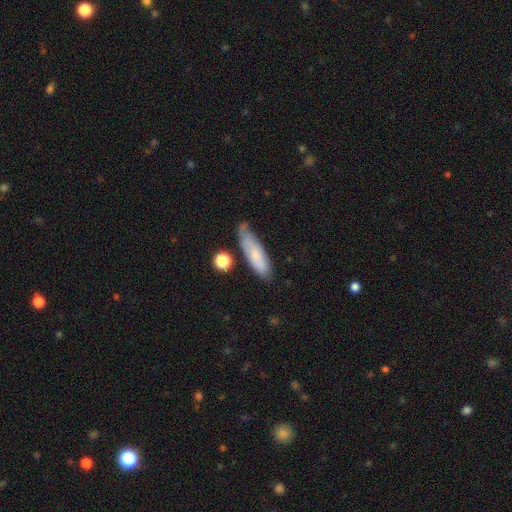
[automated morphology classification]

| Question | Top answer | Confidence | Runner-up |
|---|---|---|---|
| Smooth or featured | smooth | 72% | featured or disk (21%) |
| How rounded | cigar-shaped | 60% | in between (38%) |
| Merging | none | 59% | minor disturbance (28%) |